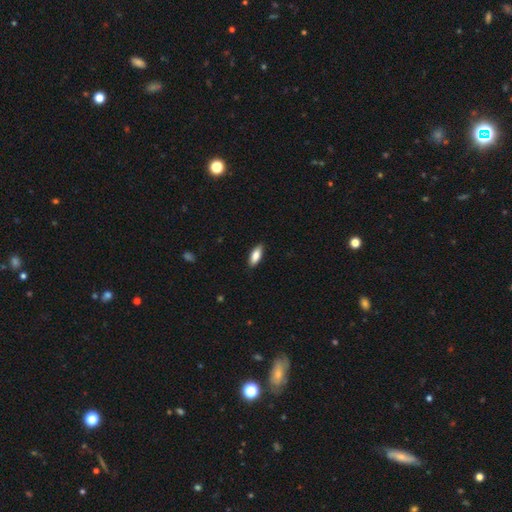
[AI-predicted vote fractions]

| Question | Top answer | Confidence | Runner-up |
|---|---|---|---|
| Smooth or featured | smooth | 83% | featured or disk (11%) |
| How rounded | in between | 76% | cigar-shaped (22%) |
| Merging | none | 86% | minor disturbance (11%) |